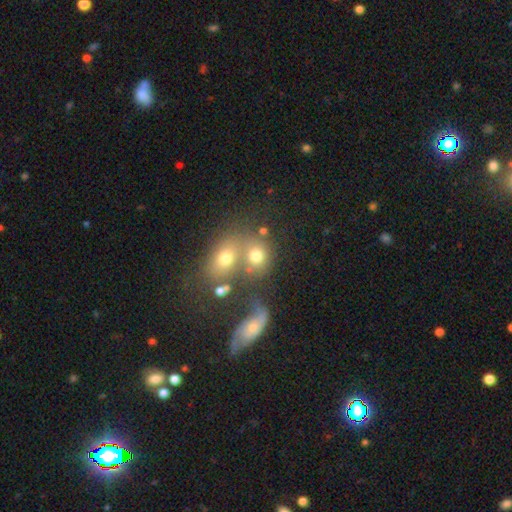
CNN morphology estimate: The model was most divided on "merging": merger: 47%, none: 34%, minor disturbance: 10%, major disturbance: 9%. More confident: smooth or featured — smooth (66%); how rounded — round (60%).